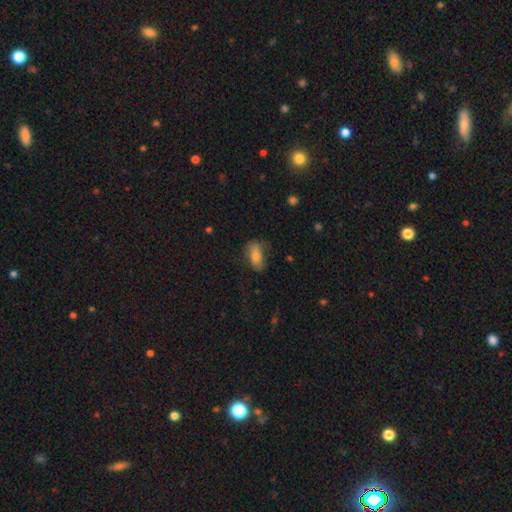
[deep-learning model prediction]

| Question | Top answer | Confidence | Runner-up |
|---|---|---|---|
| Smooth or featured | smooth | 71% | featured or disk (19%) |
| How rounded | in between | 86% | cigar-shaped (8%) |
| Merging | none | 64% | minor disturbance (24%) |